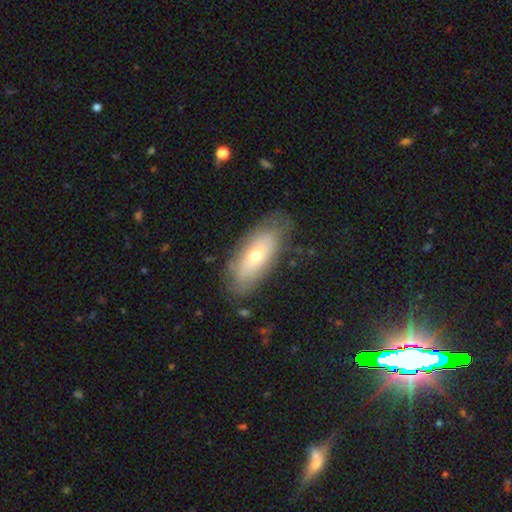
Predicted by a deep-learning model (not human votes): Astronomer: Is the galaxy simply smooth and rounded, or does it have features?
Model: smooth — 55% (runner-up: featured or disk, 37%).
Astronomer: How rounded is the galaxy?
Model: in between — 79%.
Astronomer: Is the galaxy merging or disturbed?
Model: none — 73%.